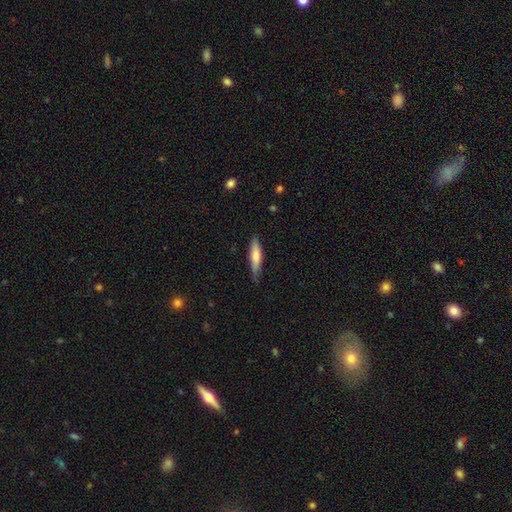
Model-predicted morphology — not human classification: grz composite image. It shows a smooth galaxy with no disk features (66%) that is cigar-shaped (79%). Merging: none (73%).